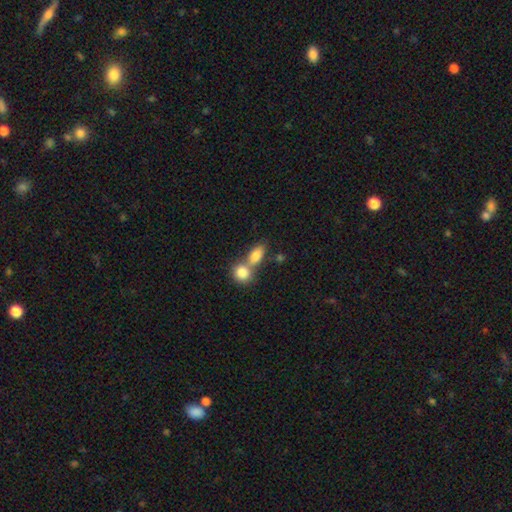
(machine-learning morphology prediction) smooth-or-featured: smooth: 83% | featured or disk: 10% | star or artifact: 8%
  how-rounded: in between: 78% | round: 17% | cigar-shaped: 5%
  merging: merger: 57% | none: 32% | minor disturbance: 7% | major disturbance: 3%